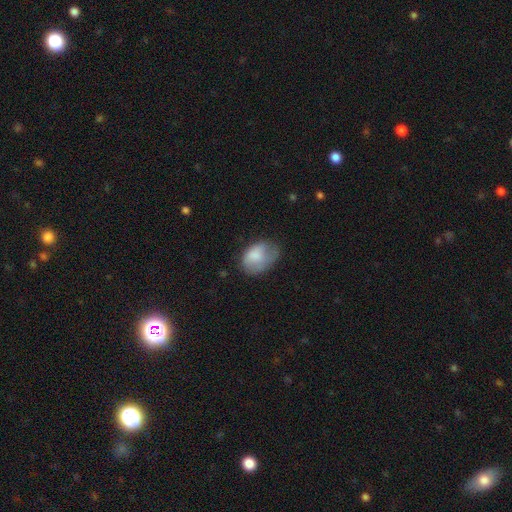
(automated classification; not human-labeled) This appears to be a smooth galaxy with no disk features (74%) that is in between round and cigar-shaped (80%). Merging: none (39%).